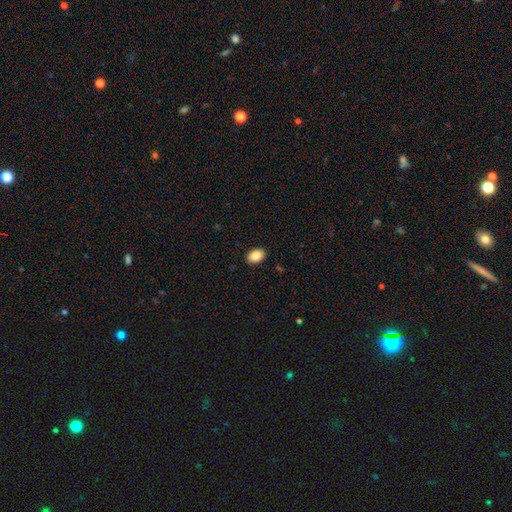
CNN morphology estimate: smooth-or-featured: smooth: 87% | star or artifact: 8% | featured or disk: 6%
  how-rounded: in between: 82% | round: 17% | cigar-shaped: 1%
  merging: none: 90% | minor disturbance: 7% | major disturbance: 2% | merger: 1%